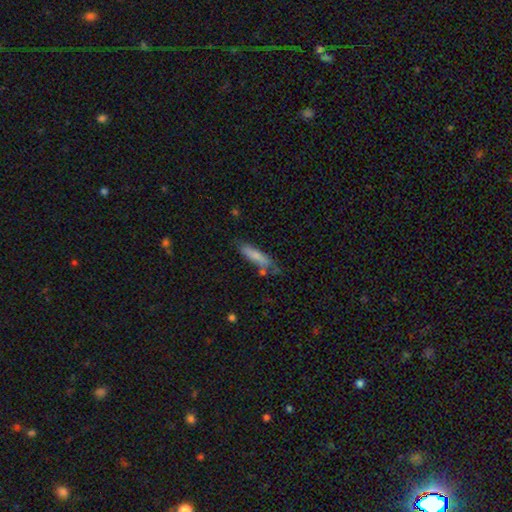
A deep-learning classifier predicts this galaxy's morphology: smooth_or_featured: smooth (p=0.77) [alt: featured or disk p=0.17]
how_rounded: cigar-shaped (p=0.72) [alt: in between p=0.26]
merging: none (p=0.62) [alt: minor disturbance p=0.23]